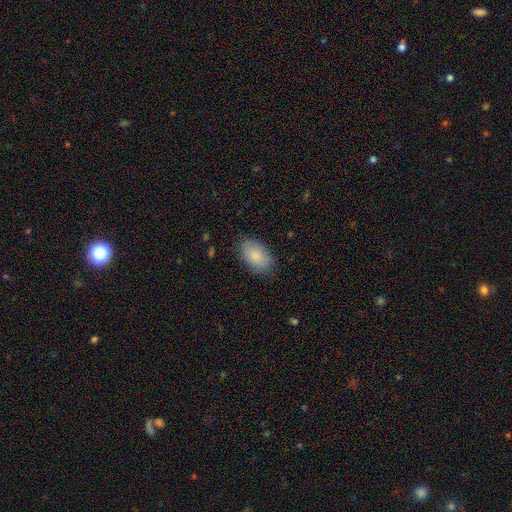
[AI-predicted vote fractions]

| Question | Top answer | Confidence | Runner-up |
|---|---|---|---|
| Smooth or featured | smooth | 85% | featured or disk (9%) |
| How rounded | in between | 93% | round (6%) |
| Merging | none | 80% | minor disturbance (15%) |